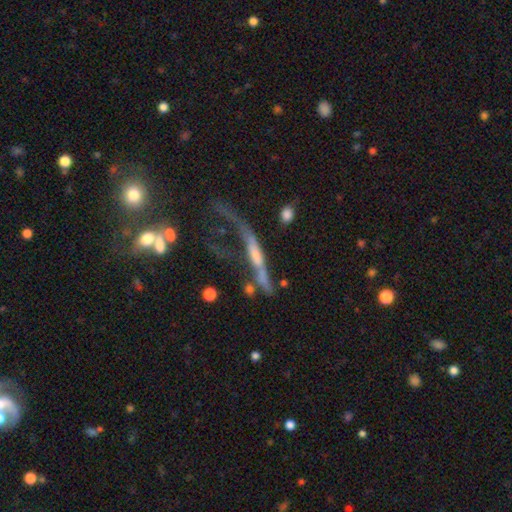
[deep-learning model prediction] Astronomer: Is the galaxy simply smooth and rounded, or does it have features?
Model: featured or disk — 65%.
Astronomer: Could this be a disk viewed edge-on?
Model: yes — 68%.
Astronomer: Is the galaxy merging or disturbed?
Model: major disturbance — 41% (runner-up: none, 28%).